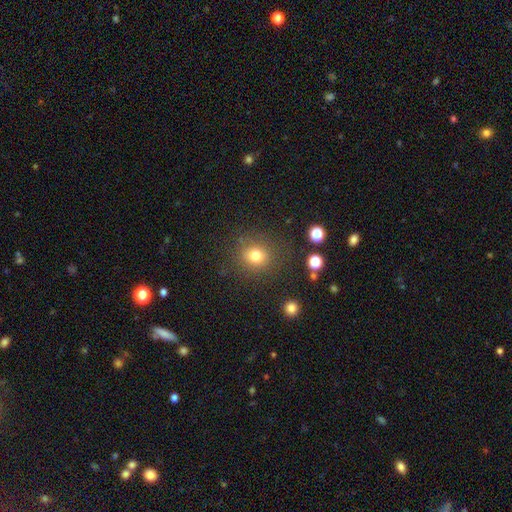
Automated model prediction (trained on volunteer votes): The model was most divided on "smooth or featured": smooth: 78%, star or artifact: 14%, featured or disk: 8%. More confident: merging — none (83%); how rounded — round (82%).